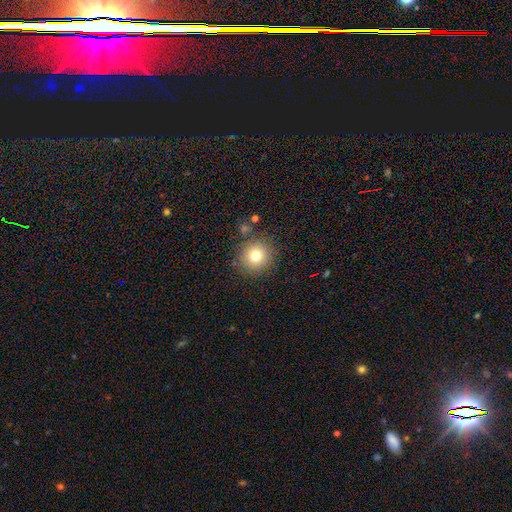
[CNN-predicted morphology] The model was most divided on "smooth or featured": smooth: 78%, star or artifact: 13%, featured or disk: 9%. More confident: how rounded — round (92%); merging — none (85%).